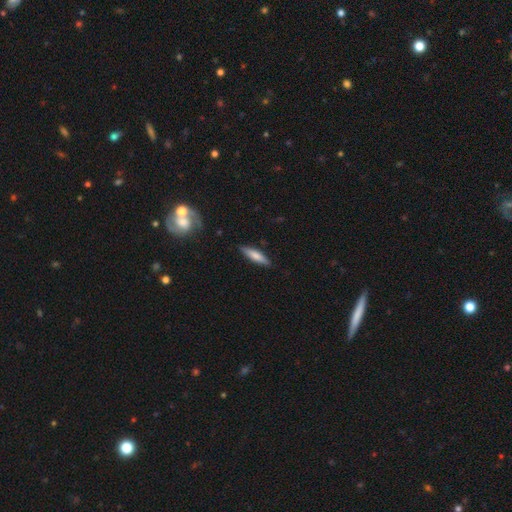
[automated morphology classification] Smooth or featured?
  - smooth: 68% *
  - featured or disk: 26%
  - star or artifact: 6%
How rounded?
  - cigar-shaped: 75% *
  - in between: 23%
  - round: 2%
Merging?
  - none: 86% *
  - minor disturbance: 11%
  - major disturbance: 2%
  - merger: 1%